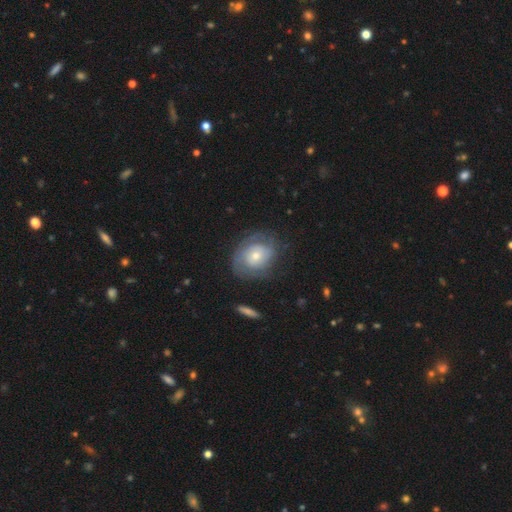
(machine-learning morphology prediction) A featured or disk galaxy (67%) with no bar (75%), 2 (38%, tied with can't tell) tight (61%) spiral arms (85%) and a moderate central bulge (47%). Merging: none (68%).